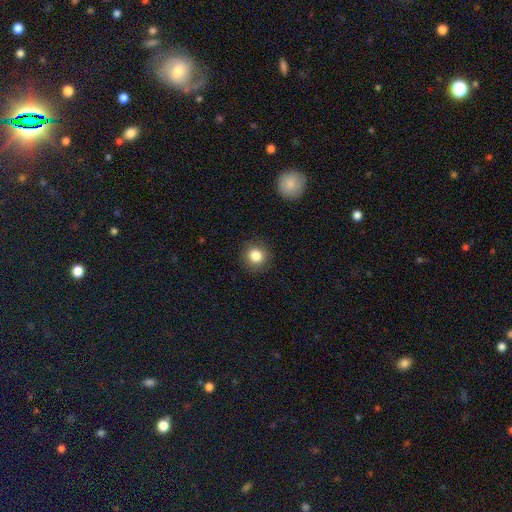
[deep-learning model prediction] Q: Smooth or featured?
A: smooth (84%); runner-up: star or artifact (10%)
Q: How rounded?
A: round (90%); runner-up: in between (10%)
Q: Merging?
A: none (89%); runner-up: minor disturbance (8%)